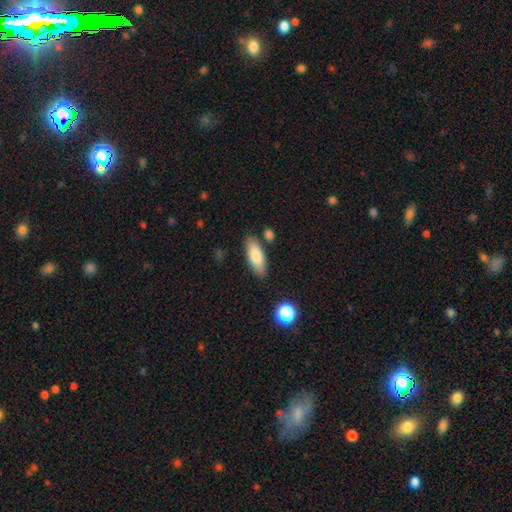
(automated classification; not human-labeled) Q: Smooth or featured?
A: smooth (80%); runner-up: featured or disk (13%)
Q: How rounded?
A: in between (72%); runner-up: cigar-shaped (25%)
Q: Merging?
A: none (82%); runner-up: minor disturbance (11%)